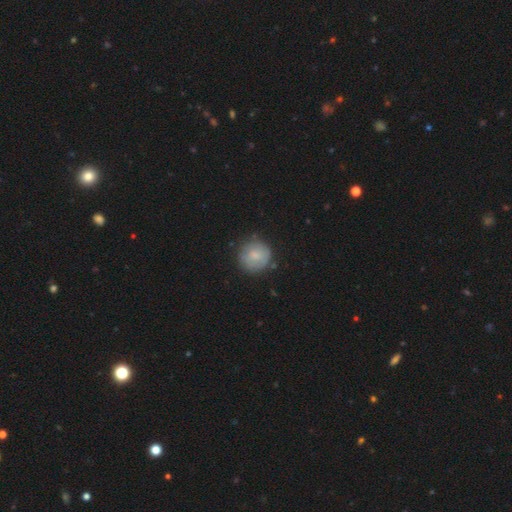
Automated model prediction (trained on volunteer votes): The model was most divided on "smooth or featured": smooth: 73%, featured or disk: 20%, star or artifact: 7%. More confident: how rounded — round (90%); merging — none (76%).